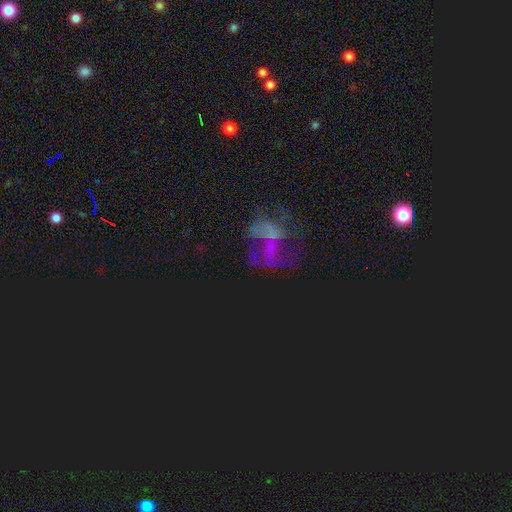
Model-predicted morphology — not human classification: Smooth or featured? featured or disk (43%)
Merging? major disturbance (37%)